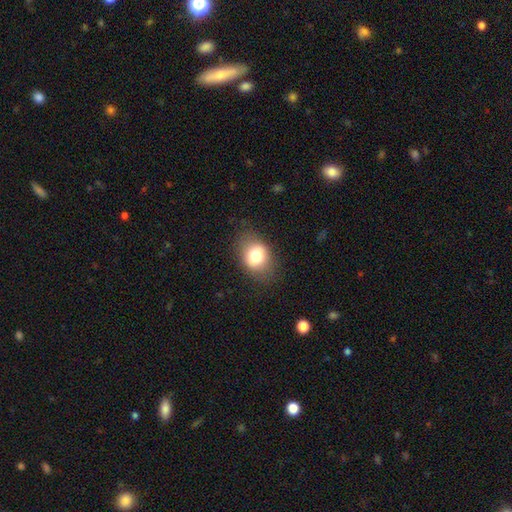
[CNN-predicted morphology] This is likely a smooth galaxy (78%). How rounded: likely in between (66%). Merging: likely none (77%).